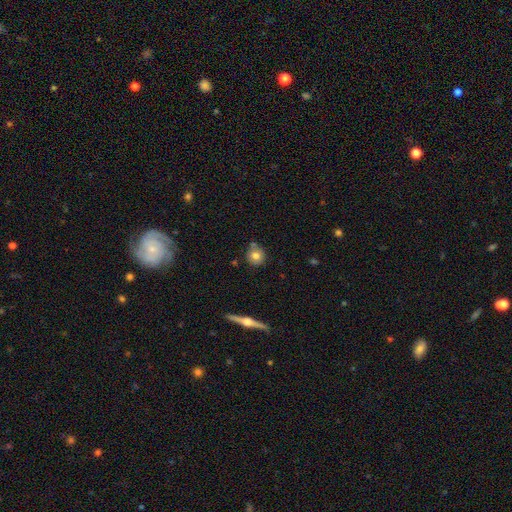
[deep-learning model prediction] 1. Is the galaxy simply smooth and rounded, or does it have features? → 74% smooth, 17% featured or disk, 9% star or artifact.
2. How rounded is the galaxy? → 89% round, 10% in between, 2% cigar-shaped.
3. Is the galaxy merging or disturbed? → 73% none, 15% minor disturbance, 9% merger, 3% major disturbance.